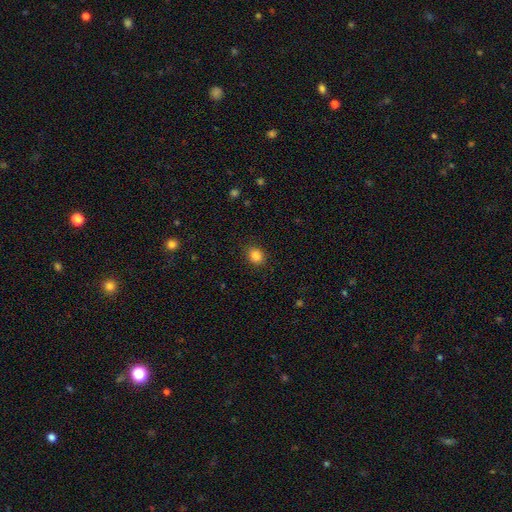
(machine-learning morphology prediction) Smooth or featured: smooth — 85% (star or artifact — 11%)
How rounded: round — 58% (in between — 42%)
Merging: none — 89% (minor disturbance — 8%)